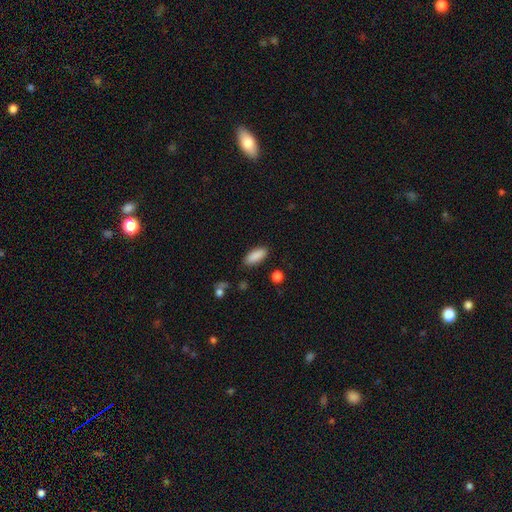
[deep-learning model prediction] A smooth galaxy with no disk features (89%) that is in between round and cigar-shaped (79%). Merging: none (87%).